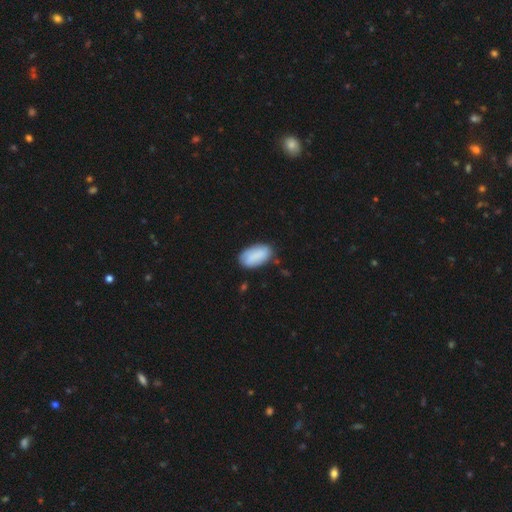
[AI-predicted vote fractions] This appears to be a smooth galaxy with no disk features (85%) that is in between round and cigar-shaped (94%). Merging: none (75%).